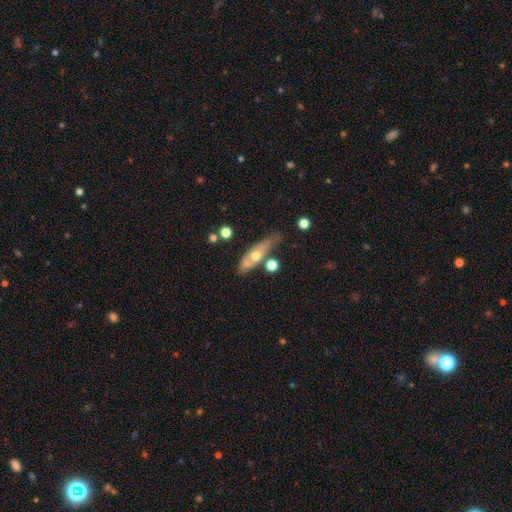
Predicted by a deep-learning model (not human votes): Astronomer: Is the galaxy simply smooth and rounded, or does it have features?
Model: featured or disk — 47% (runner-up: smooth, 46%).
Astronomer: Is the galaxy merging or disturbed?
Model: none — 57%.